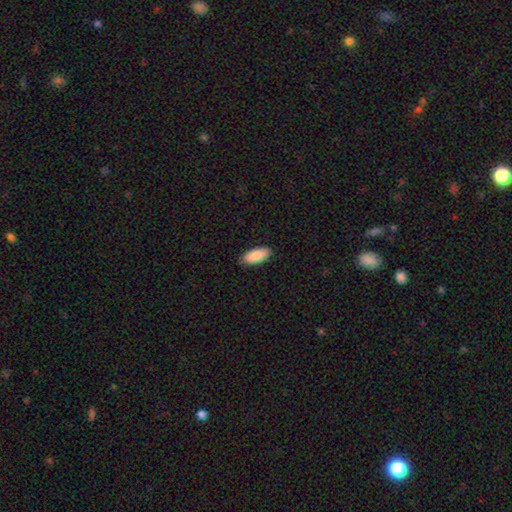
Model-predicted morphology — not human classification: Overall: smooth (89%). How rounded: in between (87%). Merging: none (87%).